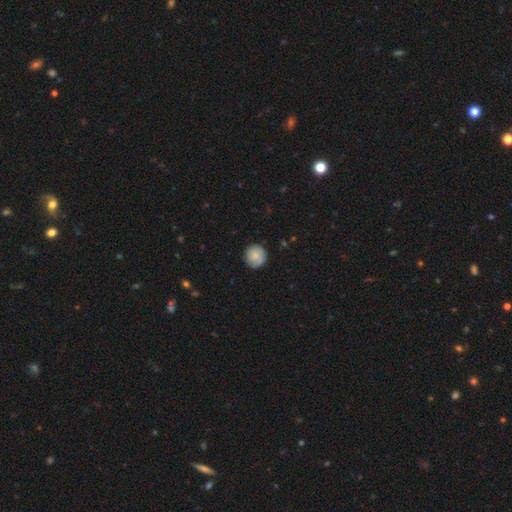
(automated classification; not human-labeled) Morphology: type=smooth (74%); roundness=round (92%); merging=none (83%).